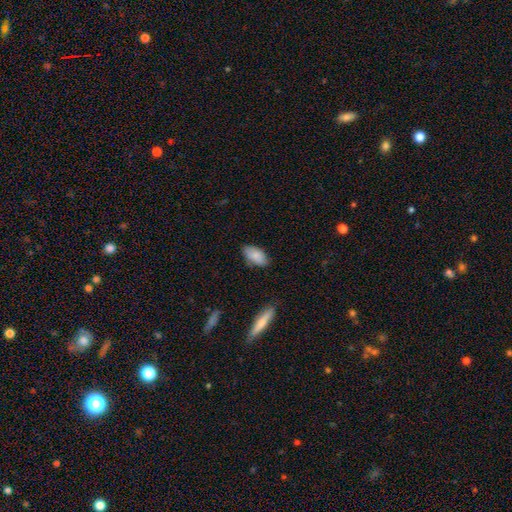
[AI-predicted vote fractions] Smooth or featured?
  - smooth: 84% *
  - featured or disk: 9%
  - star or artifact: 7%
How rounded?
  - in between: 93% *
  - cigar-shaped: 4%
  - round: 3%
Merging?
  - none: 76% *
  - minor disturbance: 19%
  - major disturbance: 3%
  - merger: 2%